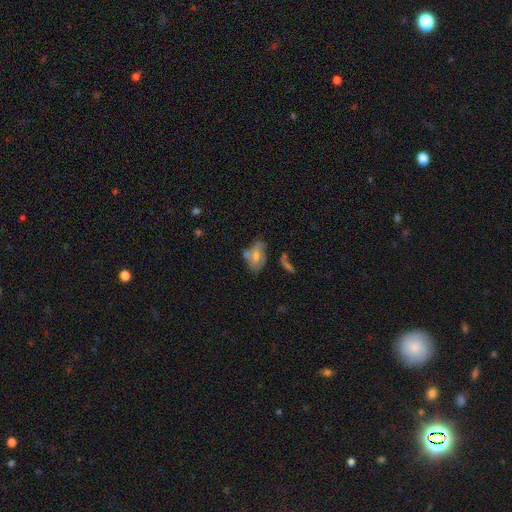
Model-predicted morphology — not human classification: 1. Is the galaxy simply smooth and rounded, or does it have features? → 47% featured or disk, 42% smooth, 11% star or artifact.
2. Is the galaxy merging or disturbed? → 46% none, 24% minor disturbance, 15% merger, 14% major disturbance.